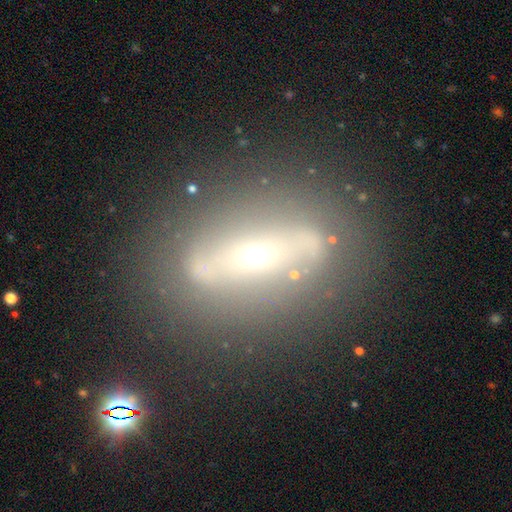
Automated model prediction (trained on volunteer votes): The model was most divided on "edge-on disk": no: 70%, yes: 30%. More confident: merging — none (75%); smooth or featured — featured or disk (71%).